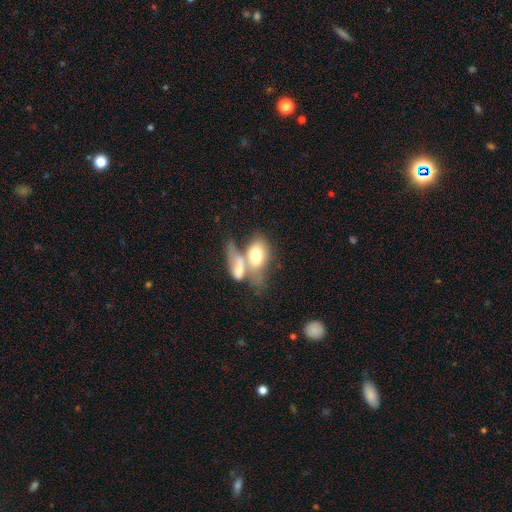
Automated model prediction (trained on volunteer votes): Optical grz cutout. It shows a smooth galaxy with no disk features (67%) that is in between round and cigar-shaped (85%). Merging: merger (70%).